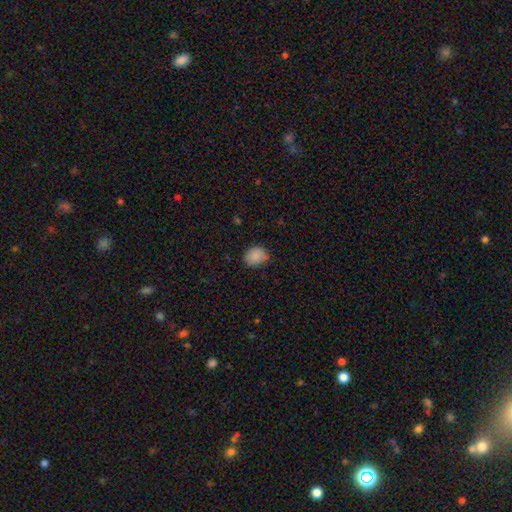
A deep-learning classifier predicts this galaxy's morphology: The model was most divided on "how rounded": round: 51%, in between: 48%, cigar-shaped: 1%. More confident: smooth or featured — smooth (86%); merging — none (72%).